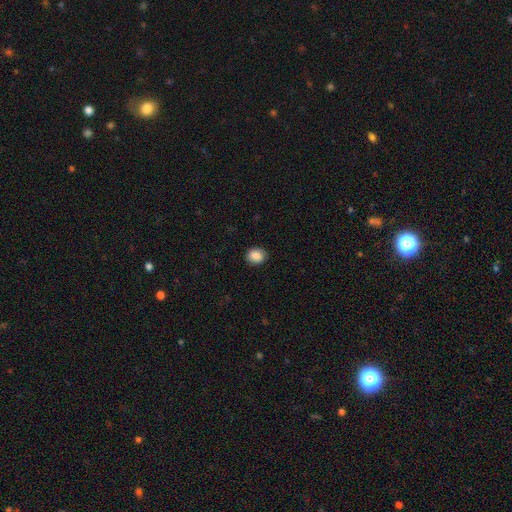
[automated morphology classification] Overall: smooth (87%). How rounded: round (56%; in between 43%). Merging: none (87%).